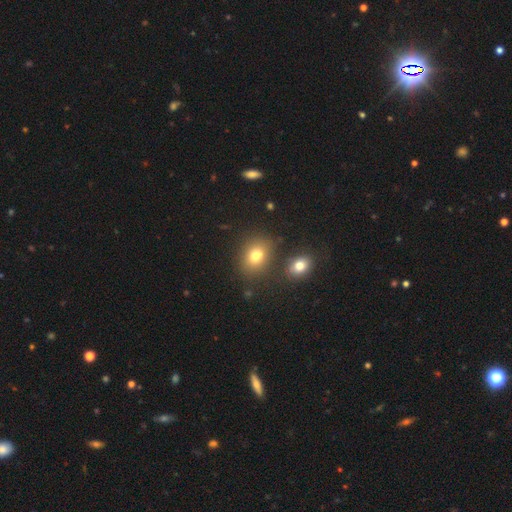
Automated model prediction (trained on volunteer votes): smooth_or_featured: smooth (p=0.77) [alt: star or artifact p=0.14]
how_rounded: in between (p=0.53) [alt: round p=0.46]
merging: none (p=0.78) [alt: minor disturbance p=0.10]